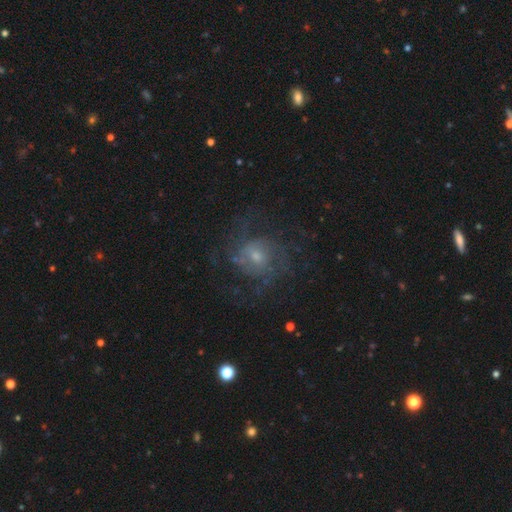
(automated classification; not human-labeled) The model was most divided on "spiral winding": medium: 43%, tight: 37%, loose: 20%. Remaining: edge-on disk — no (97%); spiral arms — yes (80%); smooth or featured — featured or disk (67%); bar — no (64%); merging — none (63%); bulge size — small (53%); spiral arm count — can't tell (45%).